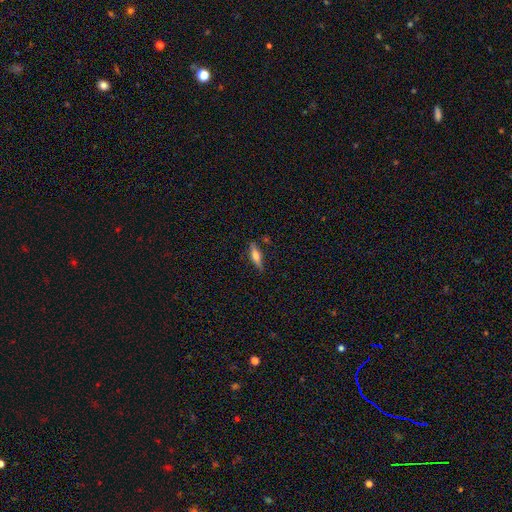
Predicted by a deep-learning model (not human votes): Q: Smooth or featured?
A: smooth (49%); runner-up: featured or disk (44%)
Q: Merging?
A: none (82%); runner-up: minor disturbance (13%)